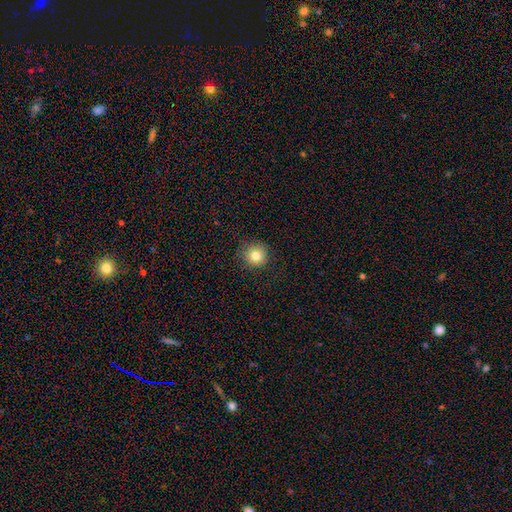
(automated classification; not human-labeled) Morphology: type=smooth (79%); roundness=round (93%); merging=none (88%).